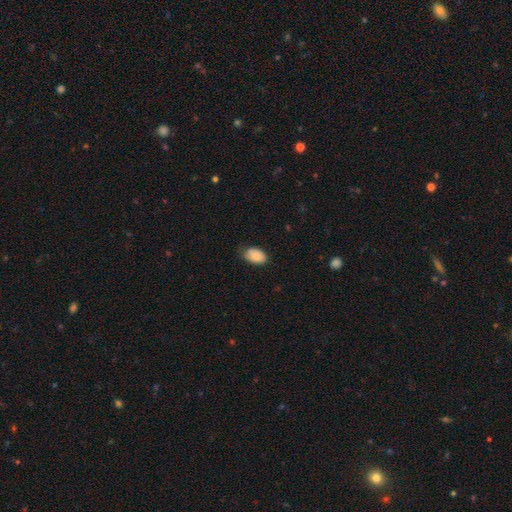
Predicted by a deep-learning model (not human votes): Smooth or featured?
  - smooth: 84% *
  - featured or disk: 9%
  - star or artifact: 7%
How rounded?
  - in between: 92% *
  - round: 7%
  - cigar-shaped: 1%
Merging?
  - none: 67% *
  - minor disturbance: 28%
  - major disturbance: 4%
  - merger: 1%